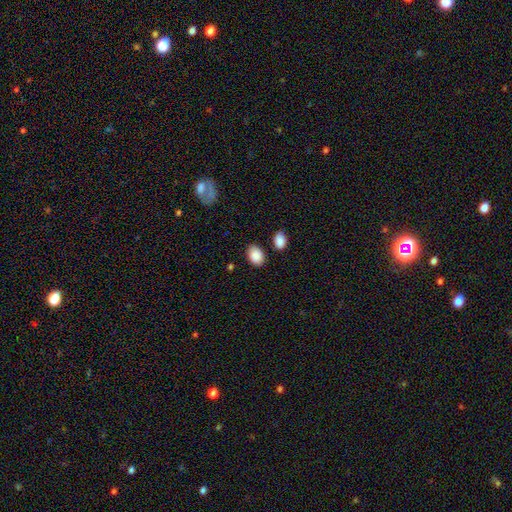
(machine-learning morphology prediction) Smooth or featured? smooth (89%)
How rounded? in between (76%)
Merging? none (76%)